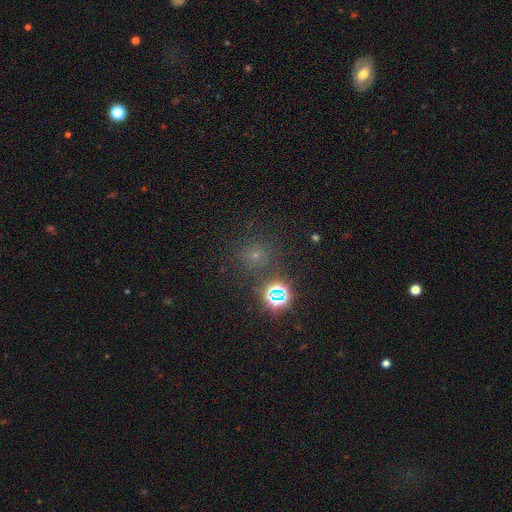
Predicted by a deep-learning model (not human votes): Q: Smooth or featured?
A: smooth (53%); runner-up: star or artifact (38%)
Q: How rounded?
A: round (90%); runner-up: in between (9%)
Q: Merging?
A: none (83%); runner-up: minor disturbance (9%)